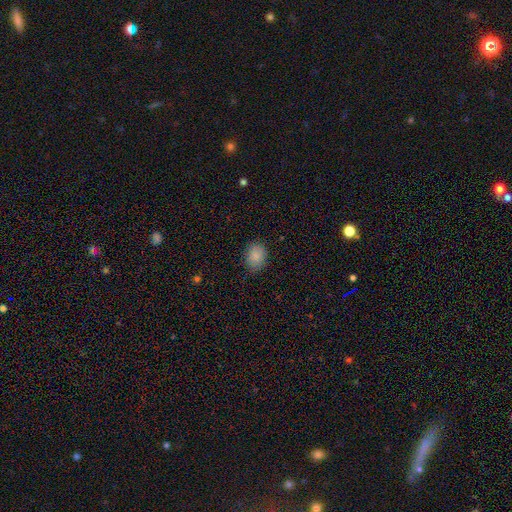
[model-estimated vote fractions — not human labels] Smooth or featured: smooth — 86% (star or artifact — 8%)
How rounded: in between — 61% (round — 38%)
Merging: none — 80% (minor disturbance — 15%)